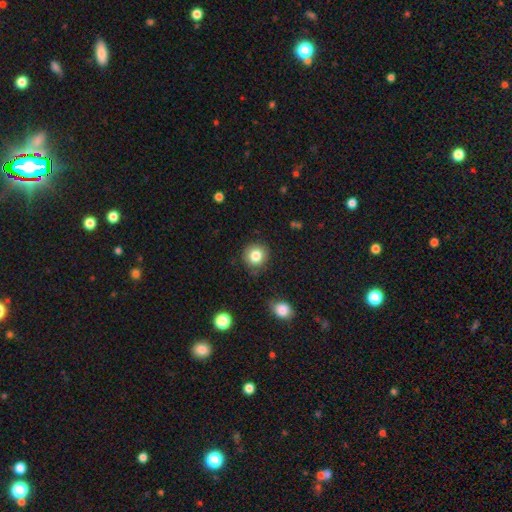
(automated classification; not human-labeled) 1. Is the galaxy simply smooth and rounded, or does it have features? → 82% smooth, 11% star or artifact, 7% featured or disk.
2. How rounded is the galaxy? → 89% round, 10% in between, 1% cigar-shaped.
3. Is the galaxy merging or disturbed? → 85% none, 11% minor disturbance, 3% major disturbance, 2% merger.